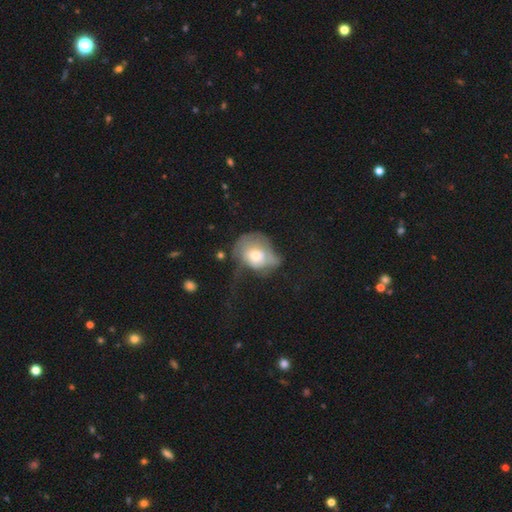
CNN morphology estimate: smooth-or-featured: smooth: 56% | featured or disk: 35% | star or artifact: 9%
  how-rounded: round: 53% | in between: 46% | cigar-shaped: 1%
  merging: major disturbance: 46% | minor disturbance: 25% | none: 22% | merger: 7%